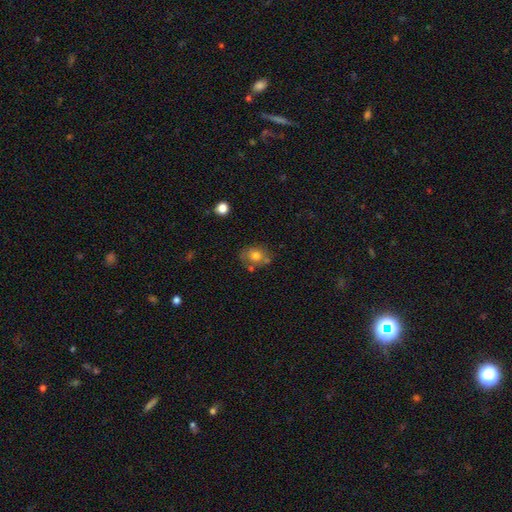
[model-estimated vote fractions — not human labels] Morphology: type=smooth (68%); roundness=round (55%); merging=none (57%).